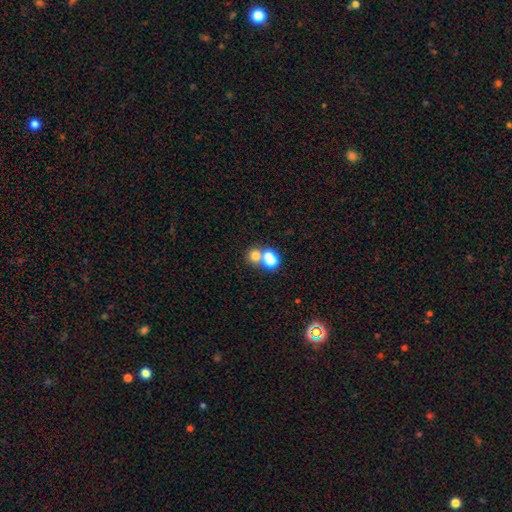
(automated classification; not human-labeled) smooth-or-featured: smooth: 72% | star or artifact: 17% | featured or disk: 12%
  how-rounded: round: 73% | in between: 26% | cigar-shaped: 1%
  merging: merger: 50% | none: 40% | minor disturbance: 6% | major disturbance: 3%